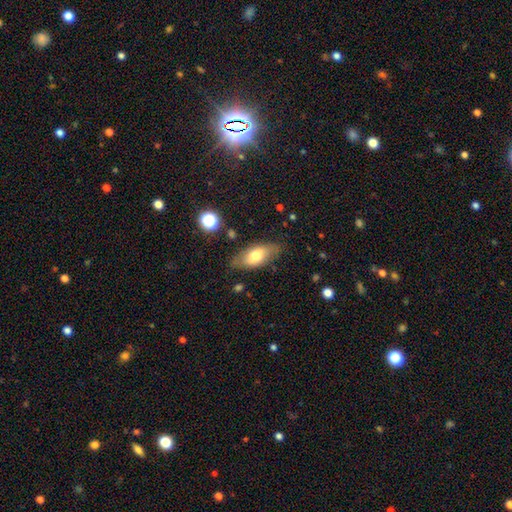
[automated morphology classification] Overall: smooth (67%). How rounded: in between (85%). Merging: none (77%).